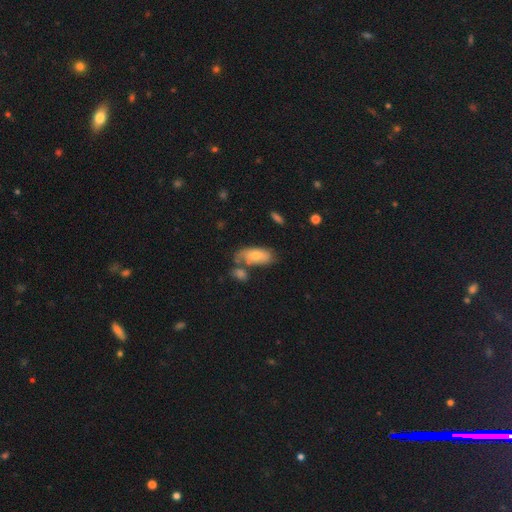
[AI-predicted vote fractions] Overall: smooth (67%). How rounded: in between (89%). Merging: none (45%; merger 23%).